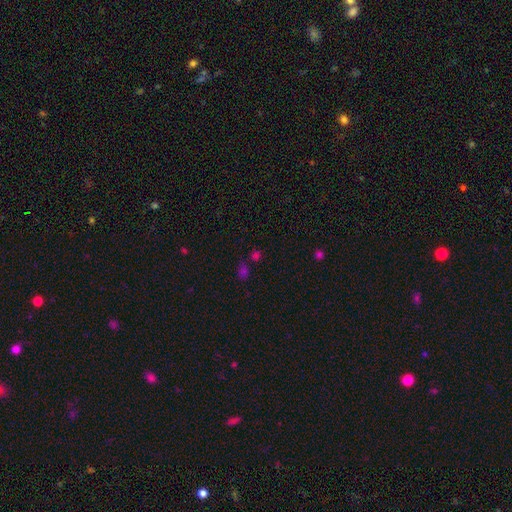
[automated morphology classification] Smooth or featured? smooth (54%)
How rounded? round (61%)
Merging? none (62%)